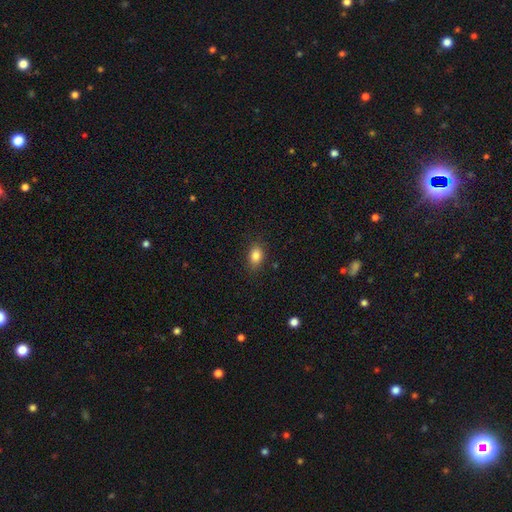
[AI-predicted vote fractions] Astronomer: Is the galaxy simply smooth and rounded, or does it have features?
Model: smooth — 84%.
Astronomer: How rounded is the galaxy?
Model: in between — 79%.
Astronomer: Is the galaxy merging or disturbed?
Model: none — 84%.